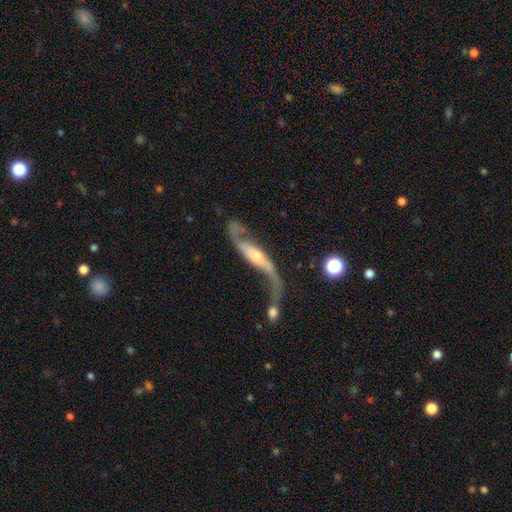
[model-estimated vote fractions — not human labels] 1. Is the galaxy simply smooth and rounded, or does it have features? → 83% featured or disk, 11% smooth, 6% star or artifact.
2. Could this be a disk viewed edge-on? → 78% no, 22% yes.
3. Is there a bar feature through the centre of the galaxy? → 45% no, 30% weak, 26% strong.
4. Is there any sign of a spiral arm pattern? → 89% yes, 11% no.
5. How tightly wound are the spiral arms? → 88% loose, 9% medium, 4% tight.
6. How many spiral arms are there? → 89% 2, 5% 1, 3% can't tell, 1% 3, 1% 4, 1% more than 4.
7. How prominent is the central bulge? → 48% moderate, 42% small, 5% large, 3% none, 2% dominant.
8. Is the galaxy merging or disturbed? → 37% none, 24% major disturbance, 21% merger, 18% minor disturbance.